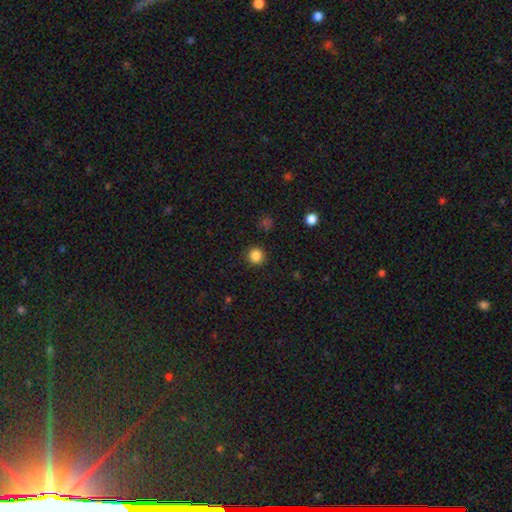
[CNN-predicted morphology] smooth-or-featured: smooth: 85% | star or artifact: 12% | featured or disk: 3%
  how-rounded: round: 94% | in between: 5% | cigar-shaped: 1%
  merging: none: 92% | minor disturbance: 5% | major disturbance: 2% | merger: 1%